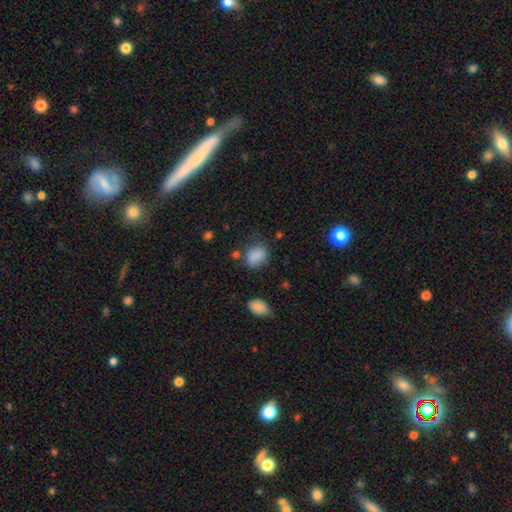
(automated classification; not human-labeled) Overall: smooth (83%). How rounded: in between (67%; round 32%). Merging: none (59%; minor disturbance 25%).